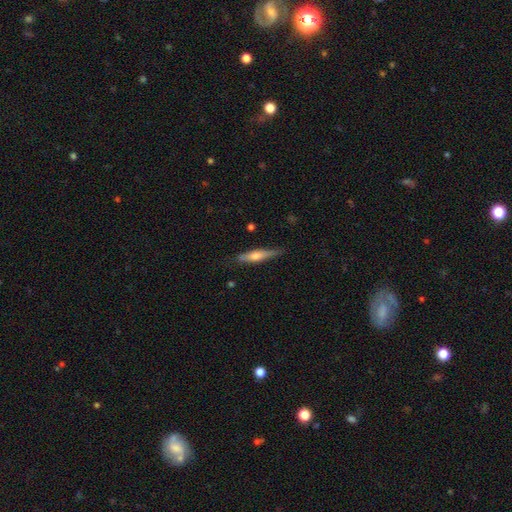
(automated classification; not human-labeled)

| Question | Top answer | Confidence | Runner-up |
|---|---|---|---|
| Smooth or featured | featured or disk | 50% | smooth (44%) |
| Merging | none | 77% | minor disturbance (18%) |